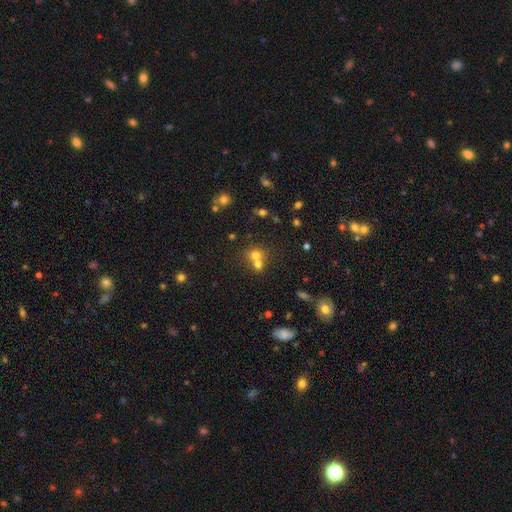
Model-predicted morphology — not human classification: smooth-or-featured: smooth: 67% | star or artifact: 18% | featured or disk: 15%
  how-rounded: round: 79% | in between: 20% | cigar-shaped: 1%
  merging: merger: 56% | none: 36% | minor disturbance: 6% | major disturbance: 3%